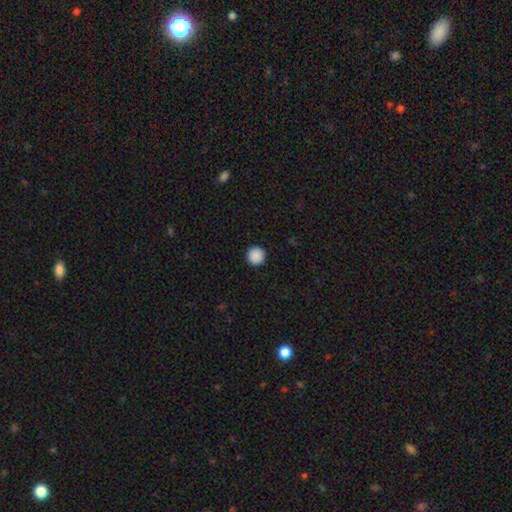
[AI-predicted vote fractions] Smooth or featured?
  - smooth: 90% *
  - star or artifact: 8%
  - featured or disk: 2%
How rounded?
  - round: 96% *
  - in between: 3%
  - cigar-shaped: 1%
Merging?
  - none: 94% *
  - minor disturbance: 4%
  - major disturbance: 1%
  - merger: 1%